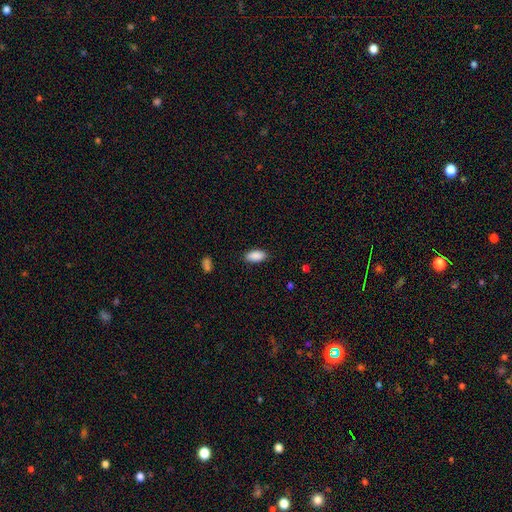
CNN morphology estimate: Overall: smooth (90%). How rounded: in between (92%). Merging: none (86%).